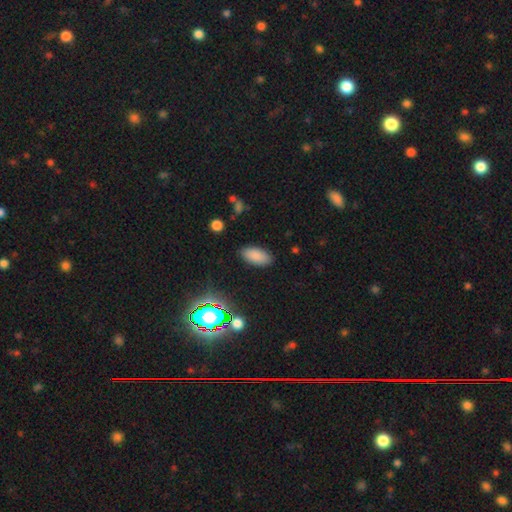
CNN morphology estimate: Smooth or featured? Predicted: smooth (p=0.85). How rounded? Predicted: in between (p=0.92). Merging? Predicted: none (p=0.87).